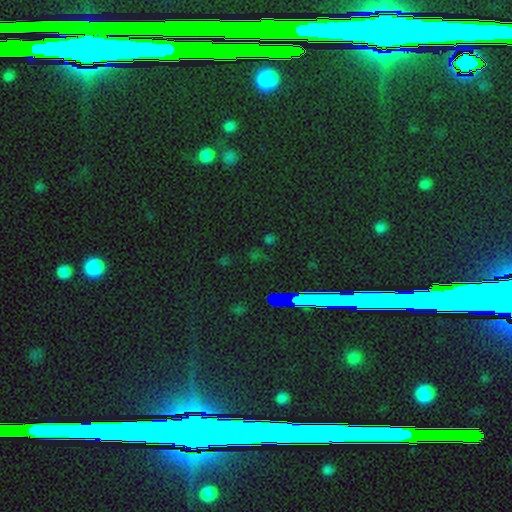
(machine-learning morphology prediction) This appears to be a star or artifact, not a galaxy (73%).